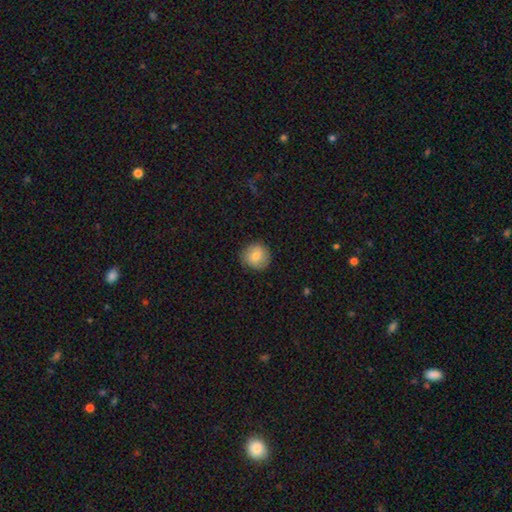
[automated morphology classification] A smooth galaxy with no disk features (78%) that is round (91%).

Vote fractions:
- Smooth or featured? smooth: 78% / featured or disk: 13% / star or artifact: 8%
- How rounded? round: 91% / in between: 8% / cigar-shaped: 1%
- Merging? none: 85% / minor disturbance: 11% / major disturbance: 3% / merger: 1%